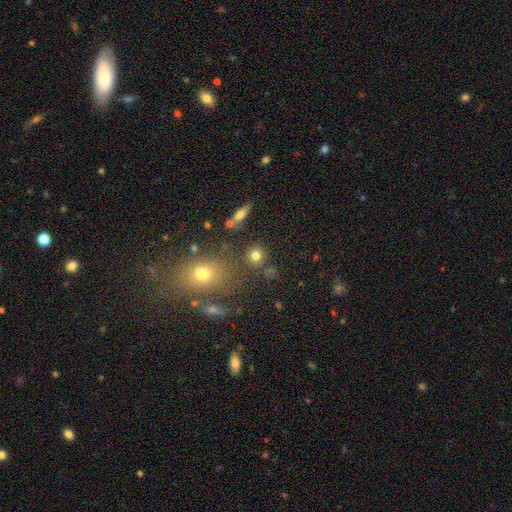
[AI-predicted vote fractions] This is likely a smooth galaxy (76%). How rounded: clearly round (86%). Merging: likely none (79%).